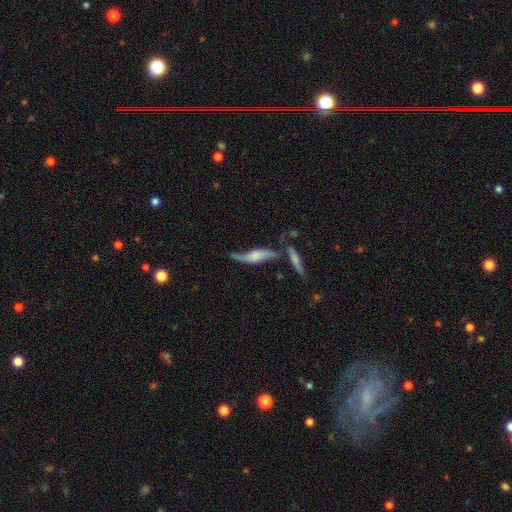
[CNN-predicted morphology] Q: Smooth or featured?
A: featured or disk (61%); runner-up: smooth (32%)
Q: Edge-on disk?
A: yes (53%); runner-up: no (47%)
Q: Merging?
A: none (41%); runner-up: minor disturbance (23%)